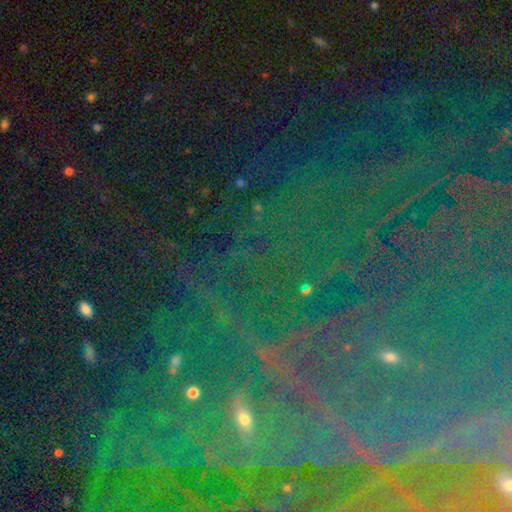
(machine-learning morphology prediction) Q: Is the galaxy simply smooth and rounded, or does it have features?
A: star or artifact — 77%.